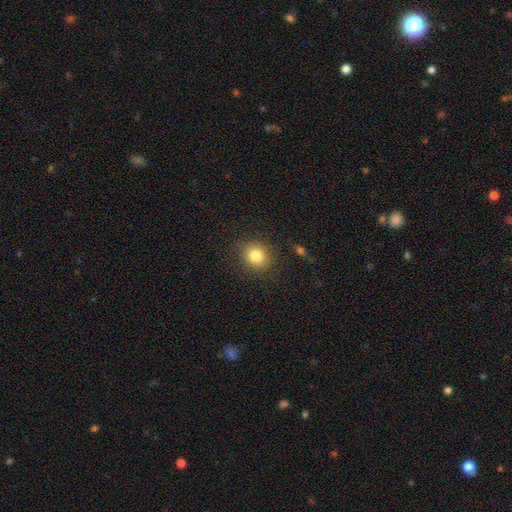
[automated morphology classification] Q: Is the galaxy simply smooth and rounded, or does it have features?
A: smooth — 82%.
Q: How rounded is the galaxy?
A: round — 84%.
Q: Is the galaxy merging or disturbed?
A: none — 89%.